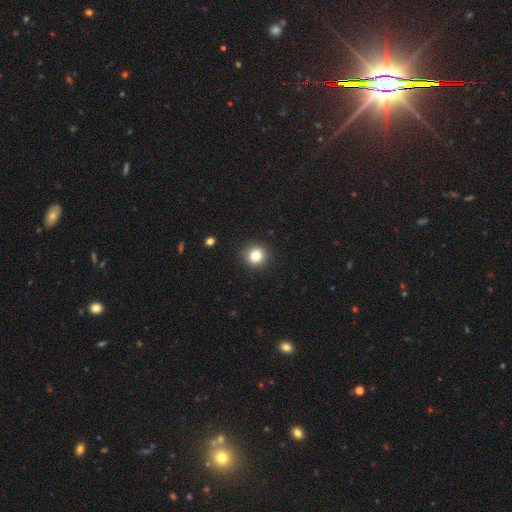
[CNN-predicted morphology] A smooth galaxy with no disk features (82%) that is round (92%).

Vote fractions:
- Smooth or featured? smooth: 82% / star or artifact: 11% / featured or disk: 7%
- How rounded? round: 92% / in between: 7% / cigar-shaped: 1%
- Merging? none: 91% / minor disturbance: 6% / major disturbance: 2% / merger: 1%